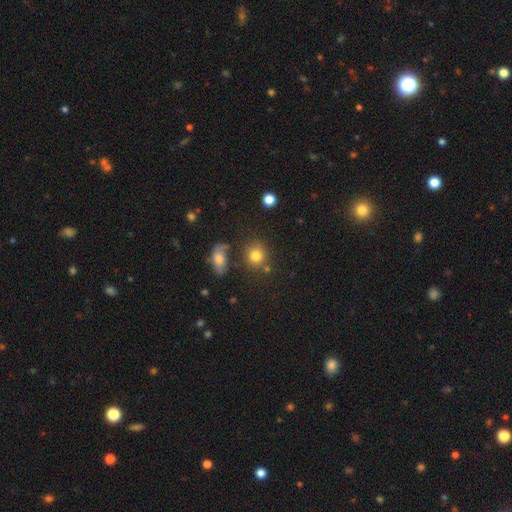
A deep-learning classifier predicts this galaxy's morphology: Q: Smooth or featured?
A: smooth (80%); runner-up: star or artifact (12%)
Q: How rounded?
A: round (77%); runner-up: in between (22%)
Q: Merging?
A: none (70%); runner-up: minor disturbance (13%)